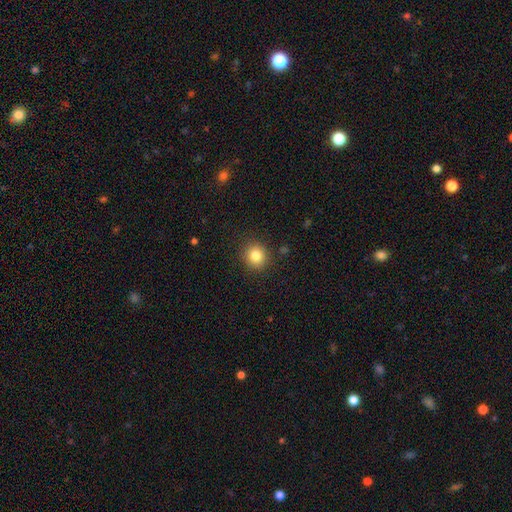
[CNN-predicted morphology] type=smooth (83%); roundness=round (90%); merging=none (89%).